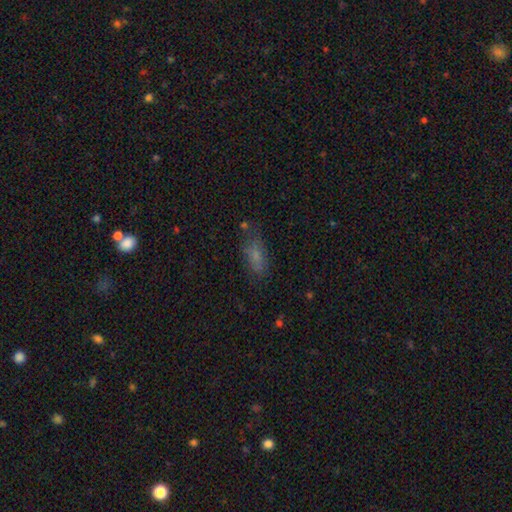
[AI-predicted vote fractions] A smooth galaxy with no disk features (68%) that is in between round and cigar-shaped (74%). Merging: none (61%).